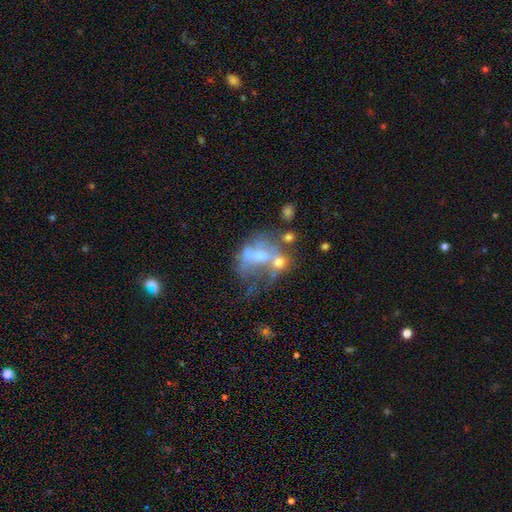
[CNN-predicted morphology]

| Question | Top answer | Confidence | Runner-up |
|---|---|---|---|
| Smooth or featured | featured or disk | 53% | smooth (32%) |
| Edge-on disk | no | 97% | yes (3%) |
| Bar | no | 76% | weak (17%) |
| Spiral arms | no | 83% | yes (17%) |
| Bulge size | moderate | 35% | none (33%) |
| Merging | merger | 39% | major disturbance (32%) |